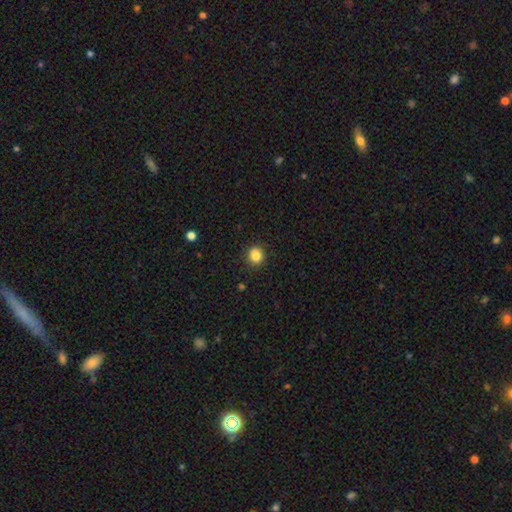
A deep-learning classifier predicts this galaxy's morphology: smooth 84%, star or artifact 11%, featured or disk 5%. Down the decision tree: how rounded — round (84%); merging — none (88%).